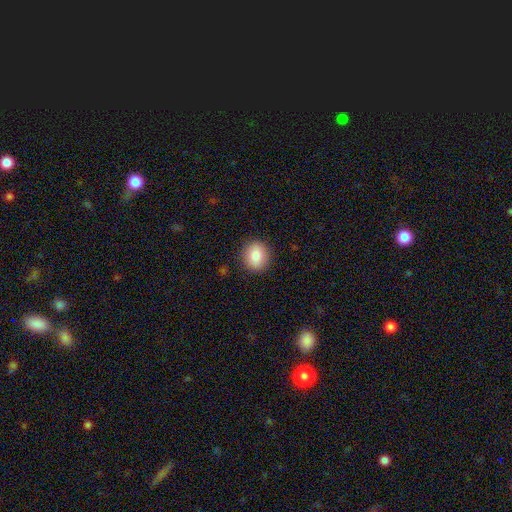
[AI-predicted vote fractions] smooth-or-featured: smooth: 86% | star or artifact: 8% | featured or disk: 6%
  how-rounded: round: 75% | in between: 24% | cigar-shaped: 1%
  merging: none: 89% | minor disturbance: 8% | major disturbance: 2% | merger: 1%